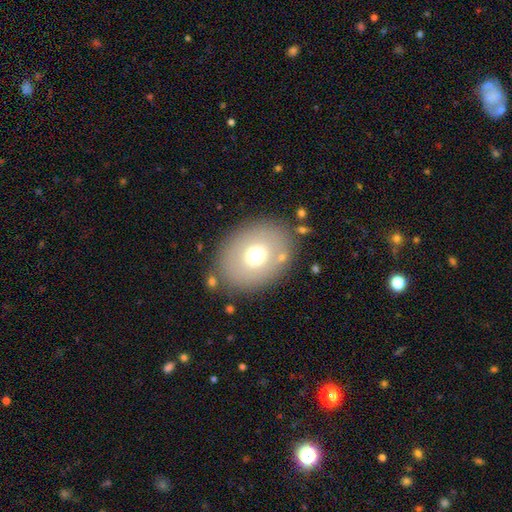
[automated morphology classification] smooth 67%, featured or disk 21%, star or artifact 12%. Down the decision tree: how rounded — in between (51%); merging — none (82%).